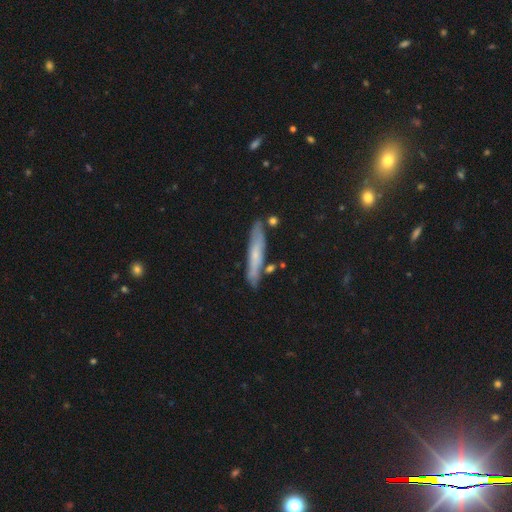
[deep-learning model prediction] This appears to be a smooth galaxy with no disk features (50%) that is cigar-shaped (90%). Merging: none (80%).